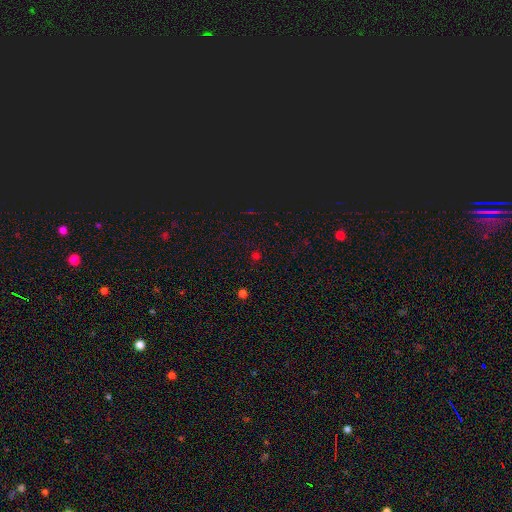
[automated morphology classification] A smooth galaxy with no disk features (48%). Merging: none (86%).